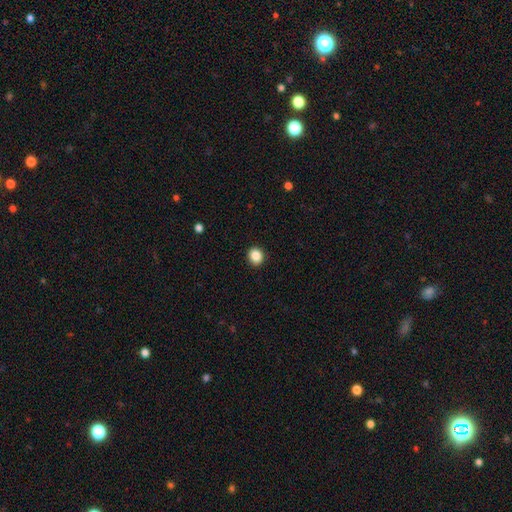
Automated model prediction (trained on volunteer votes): The model was most divided on "how rounded": round: 80%, in between: 19%, cigar-shaped: 1%. More confident: merging — none (91%); smooth or featured — smooth (87%).